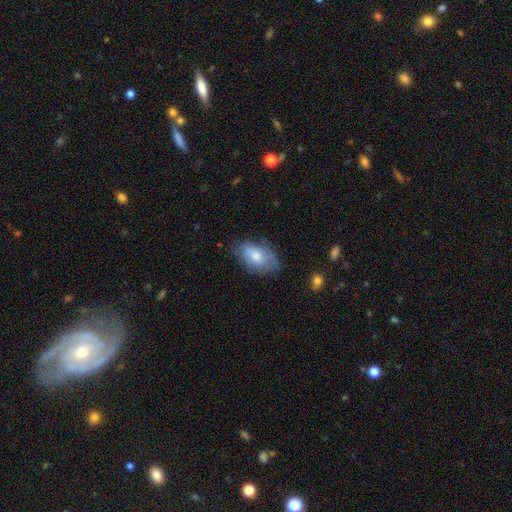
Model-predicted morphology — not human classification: Smooth or featured? Predicted: smooth (p=0.64). How rounded? Predicted: in between (p=0.92). Merging? Predicted: none (p=0.63).